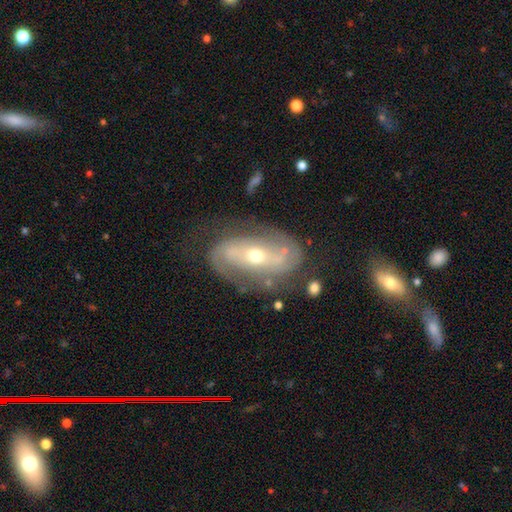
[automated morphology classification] A featured or disk galaxy (85%) with no bar (36%), 2 (86%) medium (44%) spiral arms (91%) and a moderate central bulge (57%). Merging: none (69%).